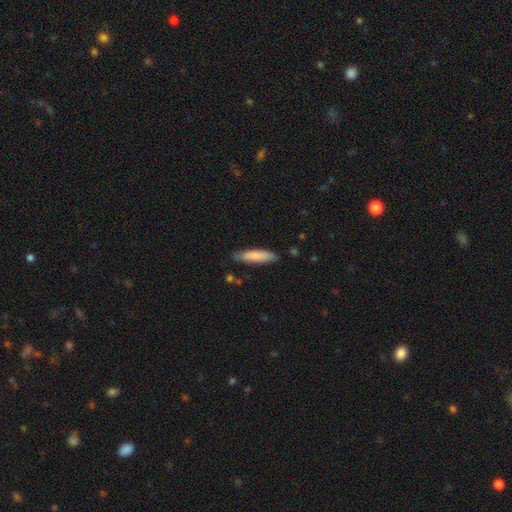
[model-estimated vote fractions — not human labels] smooth-or-featured: smooth: 82% | featured or disk: 13% | star or artifact: 5%
  how-rounded: cigar-shaped: 75% | in between: 24% | round: 1%
  merging: none: 82% | minor disturbance: 14% | major disturbance: 2% | merger: 2%